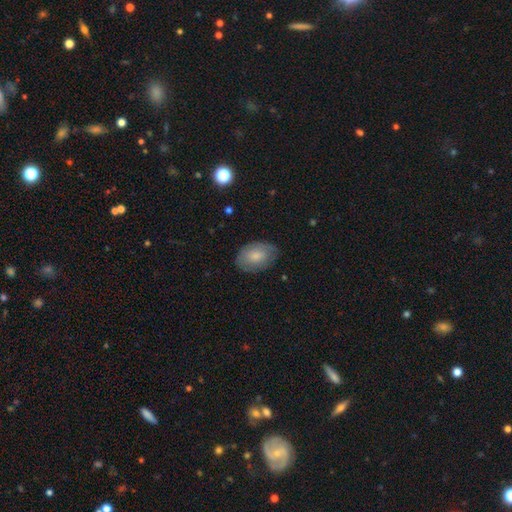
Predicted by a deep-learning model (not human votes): Smooth or featured?
  - smooth: 75% *
  - featured or disk: 18%
  - star or artifact: 7%
How rounded?
  - in between: 86% *
  - round: 13%
  - cigar-shaped: 1%
Merging?
  - none: 79% *
  - minor disturbance: 17%
  - major disturbance: 4%
  - merger: 1%